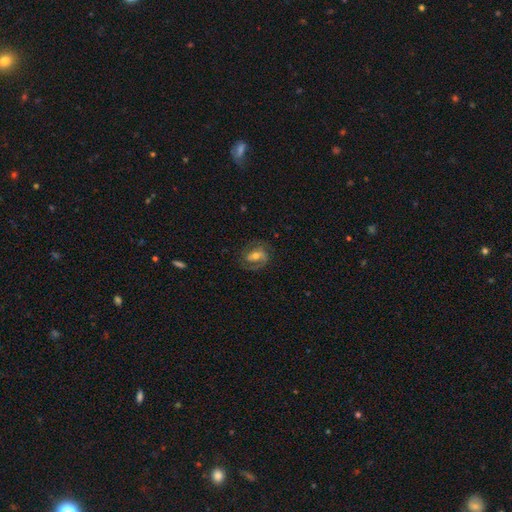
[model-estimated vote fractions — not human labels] Overall: featured or disk (73%). Edge-on disk: no (96%). Bar: weak (41%; no 31%). Spiral arms: yes (89%). Spiral arm count: 2 (75%). Spiral winding: medium (49%; tight 30%). Bulge size: moderate (59%; small 32%). Merging: none (70%).